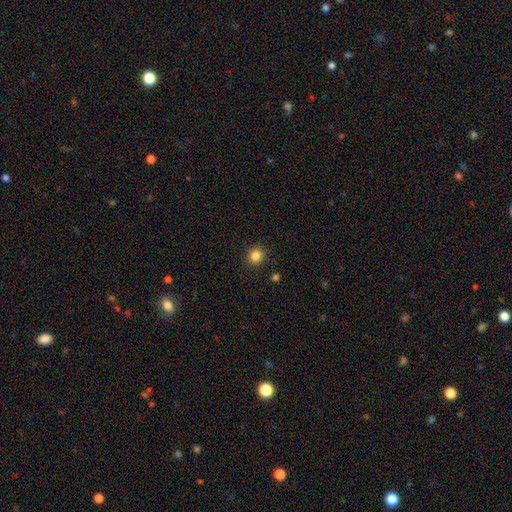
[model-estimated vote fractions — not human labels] Overall: smooth (84%). How rounded: round (84%). Merging: none (90%).